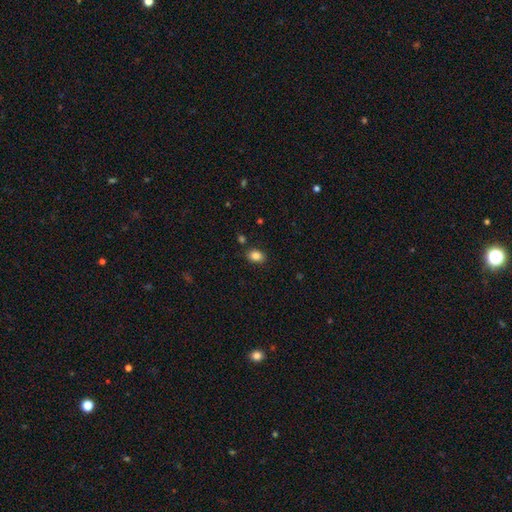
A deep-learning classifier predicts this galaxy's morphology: This is clearly a smooth galaxy (85%). How rounded: likely in between (74%). Merging: clearly none (83%).